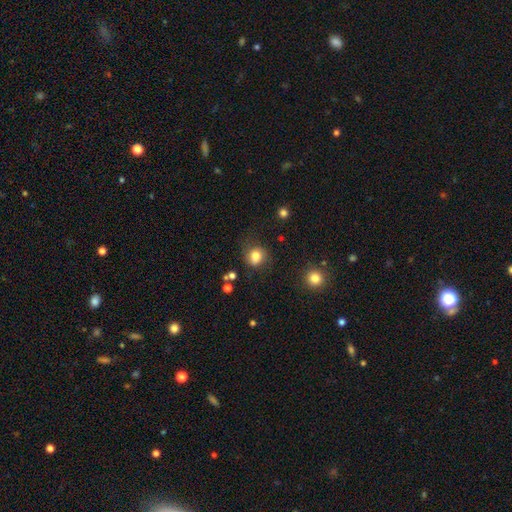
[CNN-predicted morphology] Smooth or featured? Predicted: smooth (p=0.79). How rounded? Predicted: round (p=0.73). Merging? Predicted: none (p=0.69).